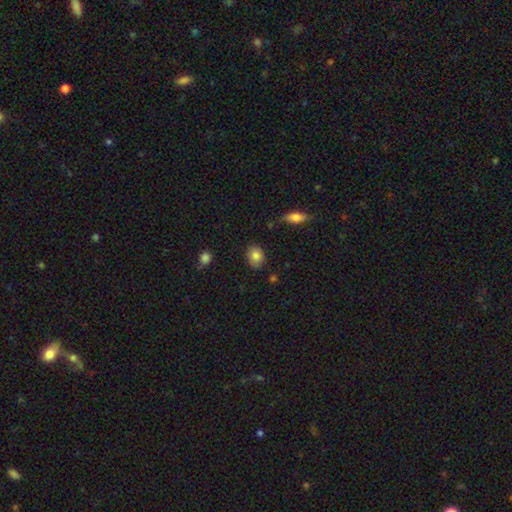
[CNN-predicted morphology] This appears to be a smooth galaxy with no disk features (82%) that is in between round and cigar-shaped (59%). Merging: none (83%).